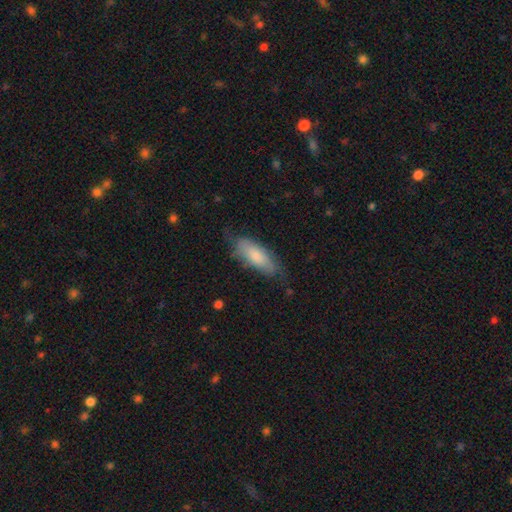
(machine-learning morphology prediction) This appears to be a smooth galaxy with no disk features (76%) that is in between round and cigar-shaped (70%). Merging: none (64%).